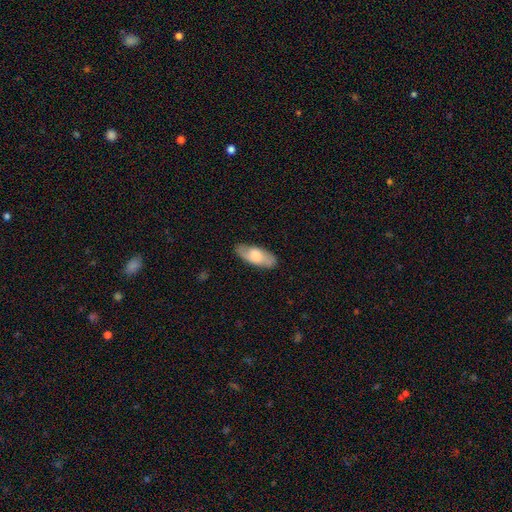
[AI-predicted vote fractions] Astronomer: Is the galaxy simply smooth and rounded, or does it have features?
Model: smooth — 59% (runner-up: featured or disk, 35%).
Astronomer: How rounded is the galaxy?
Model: in between — 81%.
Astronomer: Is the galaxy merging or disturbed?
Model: none — 83%.